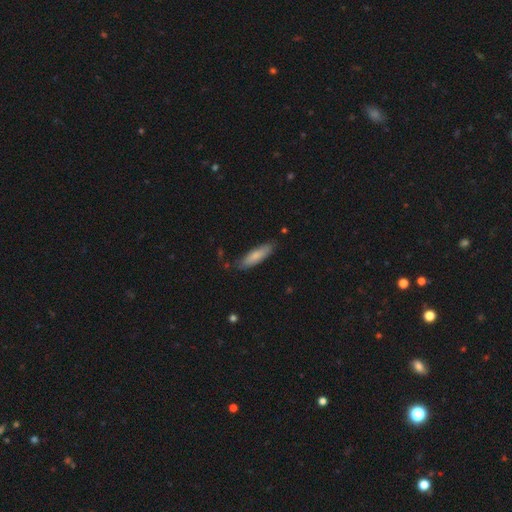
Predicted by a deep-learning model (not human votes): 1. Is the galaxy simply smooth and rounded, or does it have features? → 77% smooth, 17% featured or disk, 6% star or artifact.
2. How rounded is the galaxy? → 60% cigar-shaped, 39% in between, 1% round.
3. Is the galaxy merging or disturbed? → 80% none, 16% minor disturbance, 3% major disturbance, 2% merger.